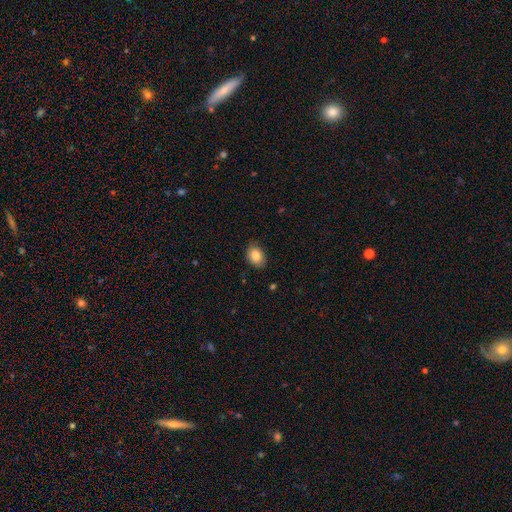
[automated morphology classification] Smooth or featured? Predicted: smooth (p=0.86). How rounded? Predicted: in between (p=0.77). Merging? Predicted: none (p=0.81).